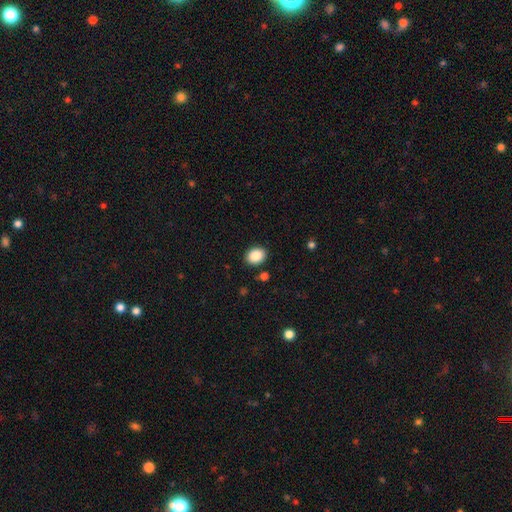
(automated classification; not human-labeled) Smooth or featured: smooth — 87% (star or artifact — 8%)
How rounded: in between — 58% (round — 41%)
Merging: none — 89% (minor disturbance — 7%)